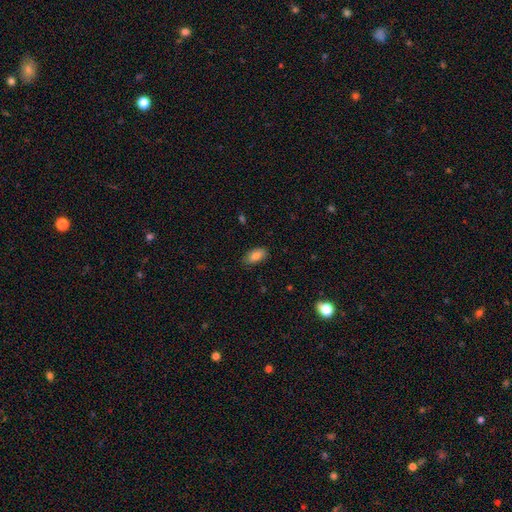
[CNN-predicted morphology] Smooth or featured? Predicted: smooth (p=0.85). How rounded? Predicted: in between (p=0.93). Merging? Predicted: none (p=0.84).